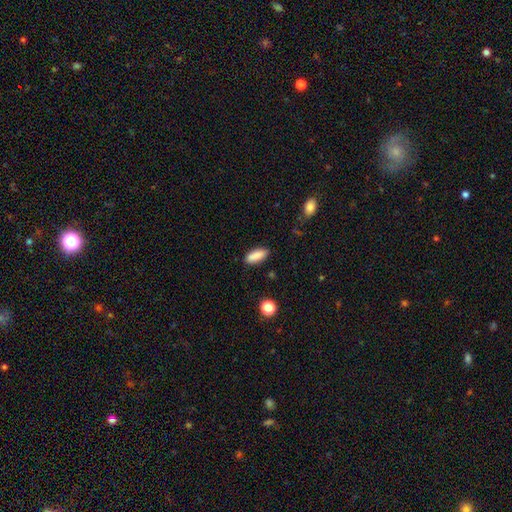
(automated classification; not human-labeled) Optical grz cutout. It shows a smooth galaxy with no disk features (88%) that is in between round and cigar-shaped (71%). Merging: none (86%).